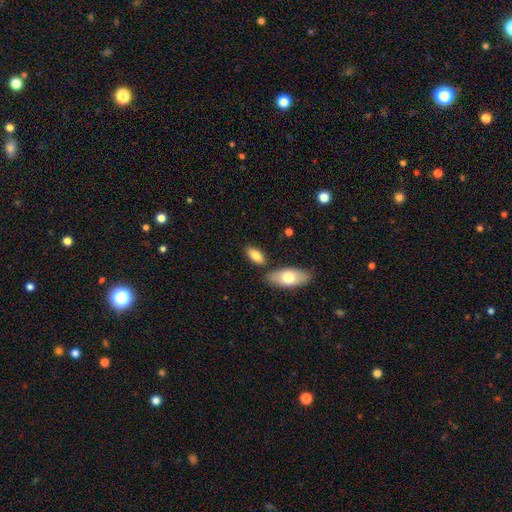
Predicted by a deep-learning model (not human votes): Smooth or featured? Predicted: smooth (p=0.80). How rounded? Predicted: in between (p=0.89). Merging? Predicted: none (p=0.74).